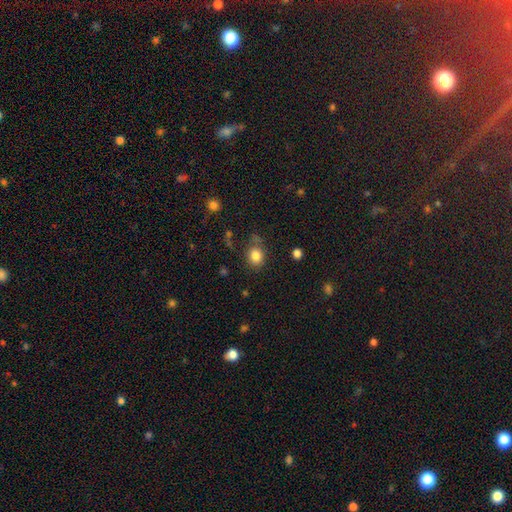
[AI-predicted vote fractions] Smooth or featured? Predicted: smooth (p=0.83). How rounded? Predicted: round (p=0.65). Merging? Predicted: none (p=0.72).